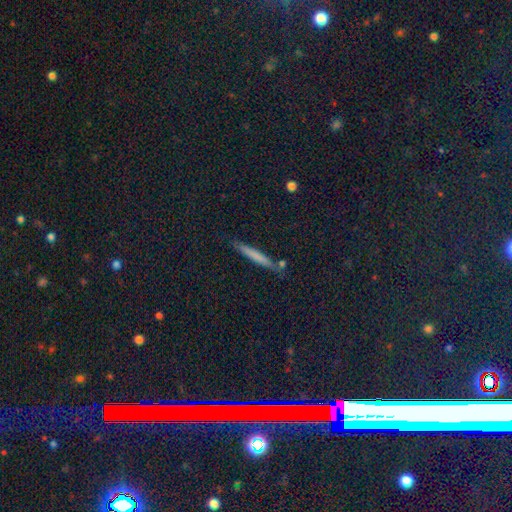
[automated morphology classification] Q: Smooth or featured?
A: smooth (63%); runner-up: featured or disk (22%)
Q: How rounded?
A: cigar-shaped (93%); runner-up: in between (4%)
Q: Merging?
A: none (84%); runner-up: minor disturbance (10%)